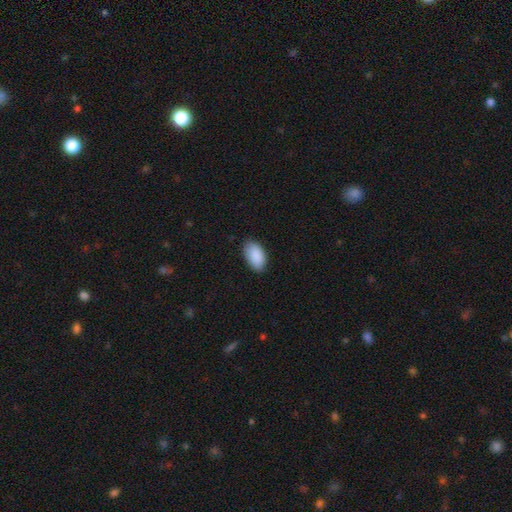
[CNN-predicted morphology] smooth-or-featured: smooth: 90% | star or artifact: 6% | featured or disk: 4%
  how-rounded: in between: 95% | round: 3% | cigar-shaped: 2%
  merging: none: 83% | minor disturbance: 13% | major disturbance: 2% | merger: 1%